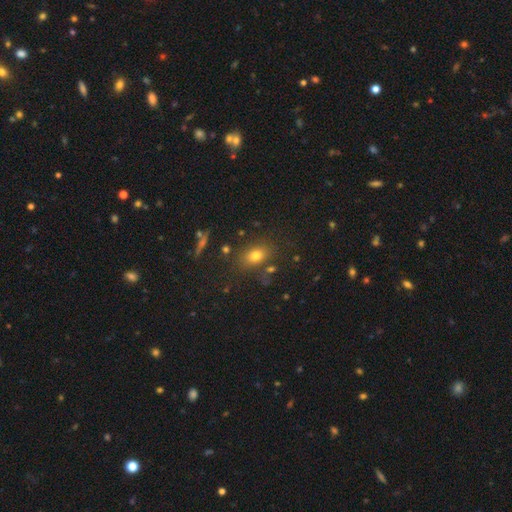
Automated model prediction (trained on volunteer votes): This is likely a smooth galaxy (73%). How rounded: likely in between (72%). Merging: likely none (78%).